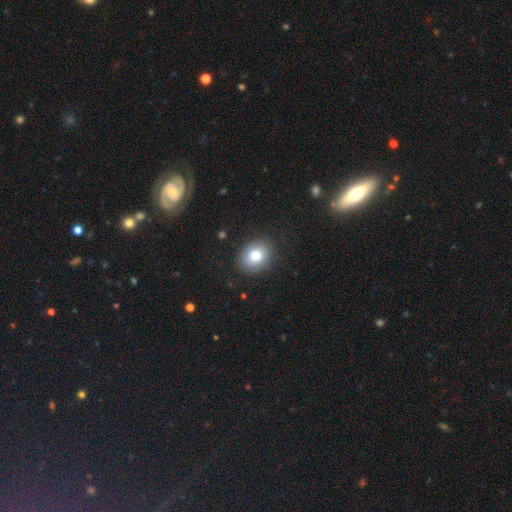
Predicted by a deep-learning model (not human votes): This is likely a smooth galaxy (77%). How rounded: possibly in between (52%). Merging: clearly none (83%).